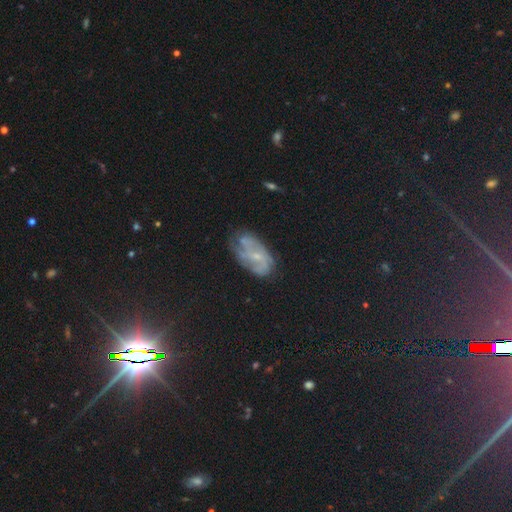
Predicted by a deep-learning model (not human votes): featured or disk 49%, star or artifact 27%, smooth 24%. Down the decision tree: merging — none (59%).